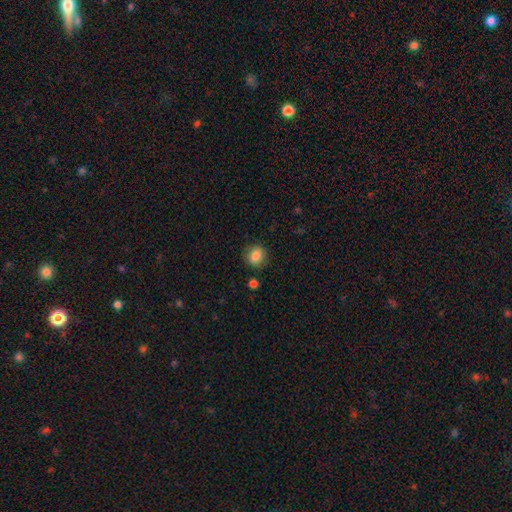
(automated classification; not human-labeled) Smooth or featured? smooth (83%)
How rounded? round (79%)
Merging? none (84%)